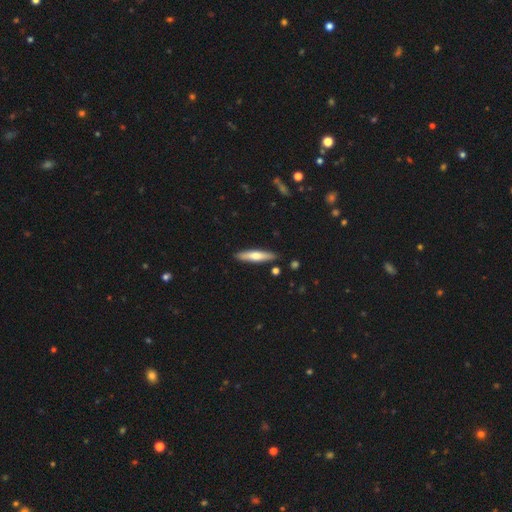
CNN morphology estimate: Smooth or featured: smooth — 54% (featured or disk — 40%)
How rounded: cigar-shaped — 84% (in between — 15%)
Merging: none — 88% (minor disturbance — 8%)